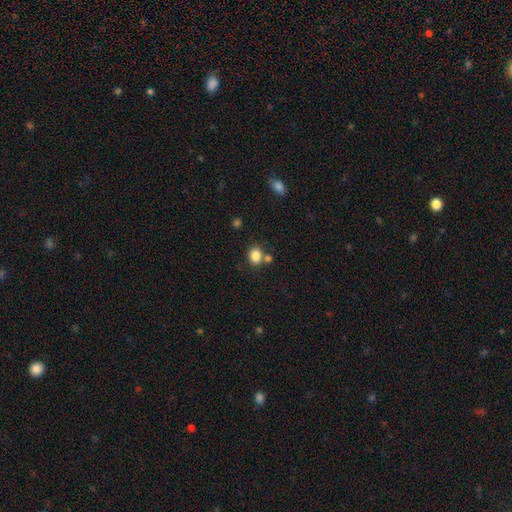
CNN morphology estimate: type=smooth (84%); roundness=in between (51%); merging=none (66%).